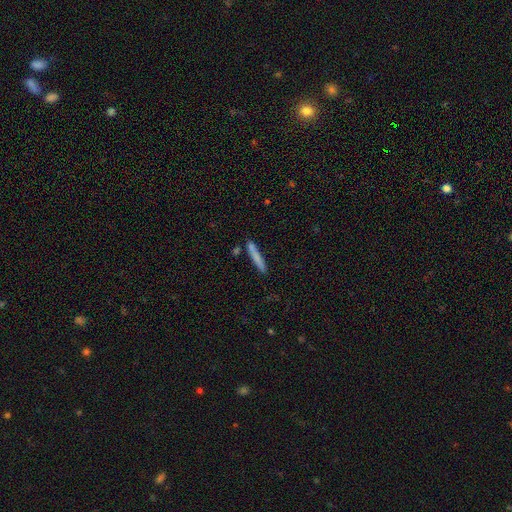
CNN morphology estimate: This appears to be a smooth galaxy with no disk features (75%) that is cigar-shaped (95%). Merging: none (82%).